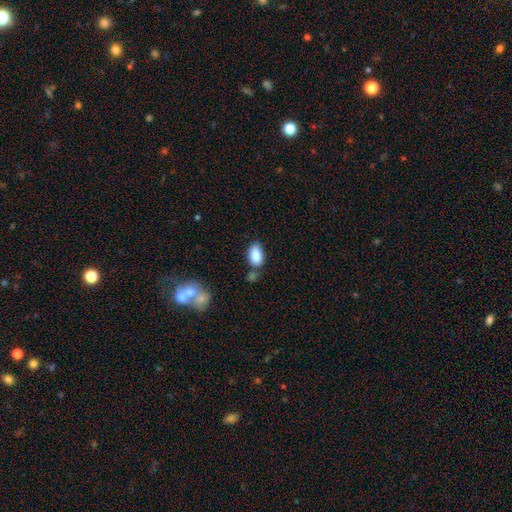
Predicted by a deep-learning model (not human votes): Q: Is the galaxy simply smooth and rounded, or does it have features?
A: smooth — 86%.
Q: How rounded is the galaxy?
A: in between — 91%.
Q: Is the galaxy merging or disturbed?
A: none — 66%.